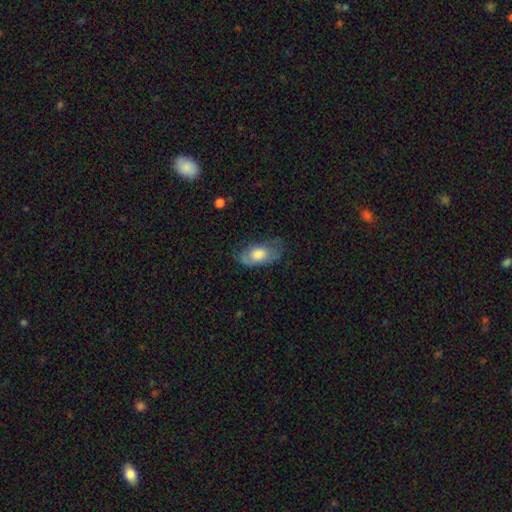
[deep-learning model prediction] Smooth or featured? Predicted: smooth (p=0.57). How rounded? Predicted: in between (p=0.88). Merging? Predicted: none (p=0.62).